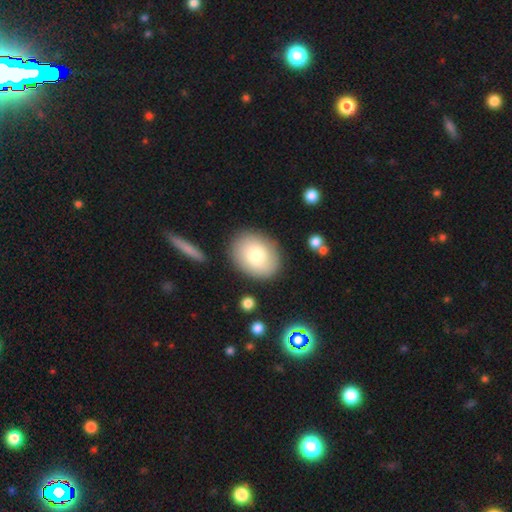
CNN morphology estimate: Q: Smooth or featured?
A: smooth (74%); runner-up: featured or disk (18%)
Q: How rounded?
A: in between (54%); runner-up: round (45%)
Q: Merging?
A: none (83%); runner-up: minor disturbance (11%)